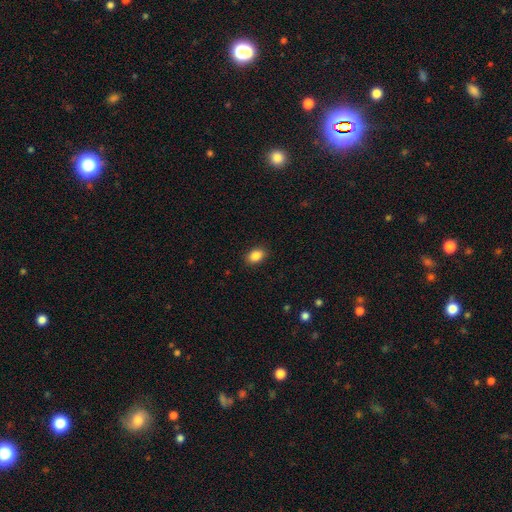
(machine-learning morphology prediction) Smooth or featured? Predicted: smooth (p=0.88). How rounded? Predicted: in between (p=0.81). Merging? Predicted: none (p=0.88).